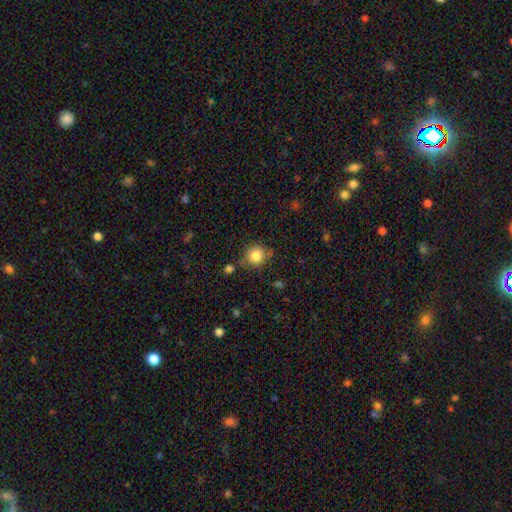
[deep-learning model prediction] A smooth galaxy with no disk features (84%) that is round (91%). Merging: none (75%).